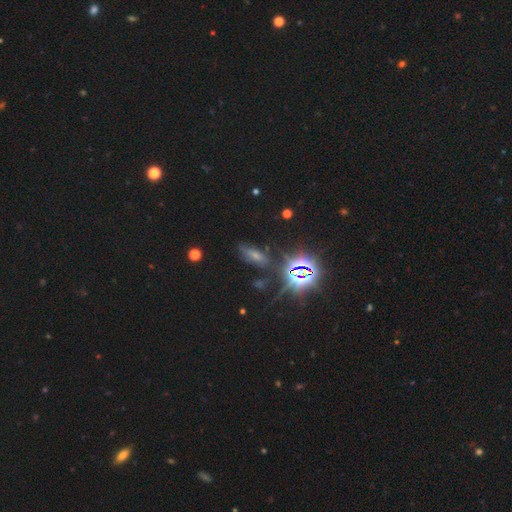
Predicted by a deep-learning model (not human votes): star or artifact 56%, smooth 25%, featured or disk 20%.